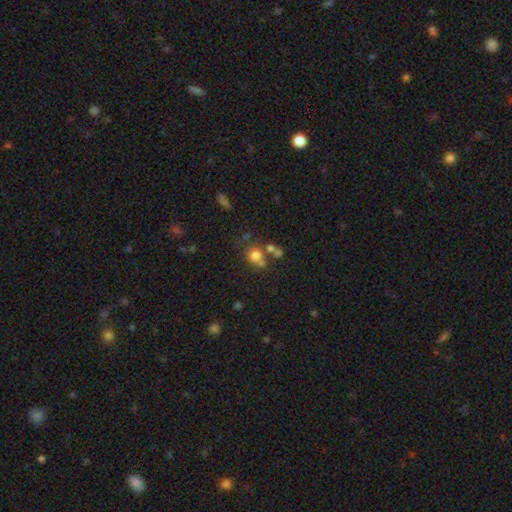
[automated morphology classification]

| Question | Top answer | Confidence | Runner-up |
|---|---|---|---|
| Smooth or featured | smooth | 73% | star or artifact (15%) |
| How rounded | round | 79% | in between (20%) |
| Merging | none | 53% | merger (28%) |